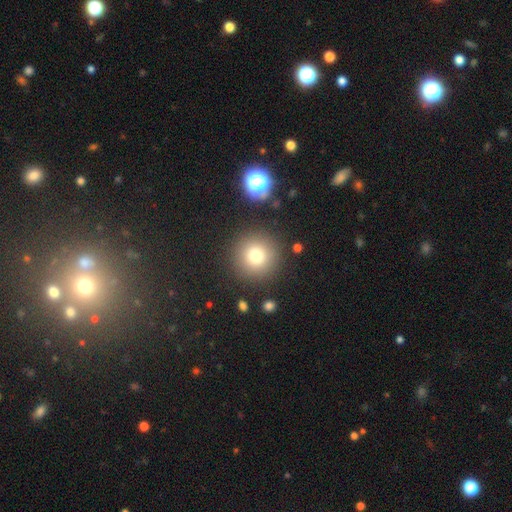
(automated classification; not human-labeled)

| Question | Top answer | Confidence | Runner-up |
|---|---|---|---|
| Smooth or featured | smooth | 77% | star or artifact (14%) |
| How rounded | round | 95% | in between (4%) |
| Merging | none | 88% | minor disturbance (6%) |